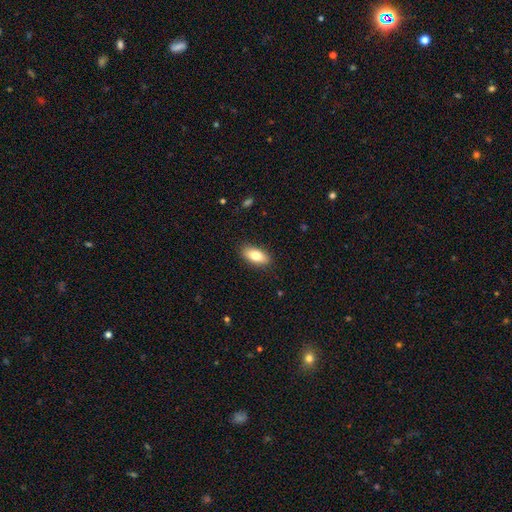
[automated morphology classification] The model was most divided on "smooth or featured": smooth: 80%, featured or disk: 13%, star or artifact: 7%. More confident: merging — none (88%); how rounded — in between (87%).